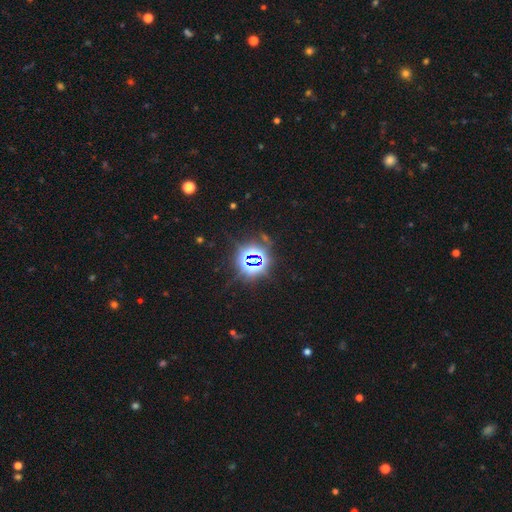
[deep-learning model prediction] star or artifact 82%, smooth 11%, featured or disk 7%.